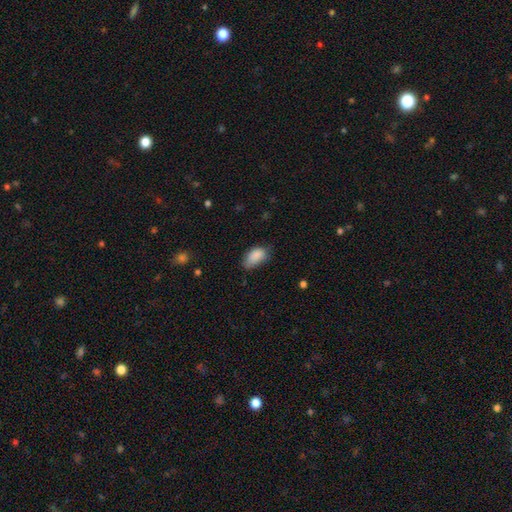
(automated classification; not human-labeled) smooth-or-featured: smooth: 85% | star or artifact: 8% | featured or disk: 7%
  how-rounded: in between: 91% | round: 7% | cigar-shaped: 2%
  merging: none: 47% | minor disturbance: 40% | major disturbance: 11% | merger: 2%